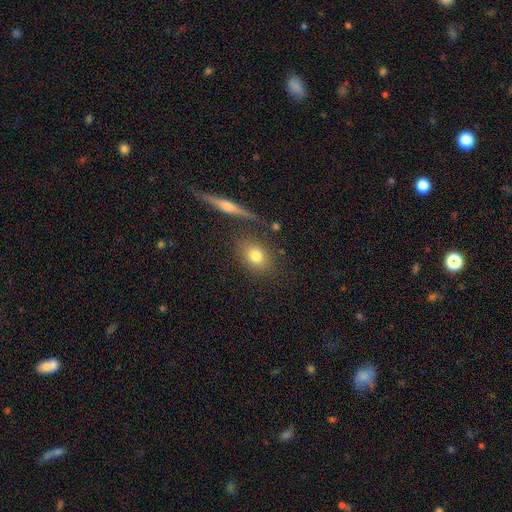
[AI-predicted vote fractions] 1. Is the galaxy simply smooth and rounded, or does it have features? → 77% smooth, 13% featured or disk, 10% star or artifact.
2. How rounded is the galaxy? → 58% in between, 38% round, 4% cigar-shaped.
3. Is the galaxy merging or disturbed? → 77% none, 12% minor disturbance, 7% merger, 4% major disturbance.